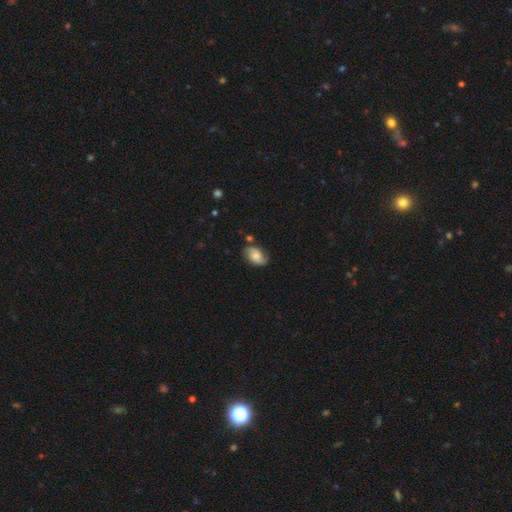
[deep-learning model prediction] Morphology: type=featured or disk (51%); edge-on=no (96%); merging=none (72%).